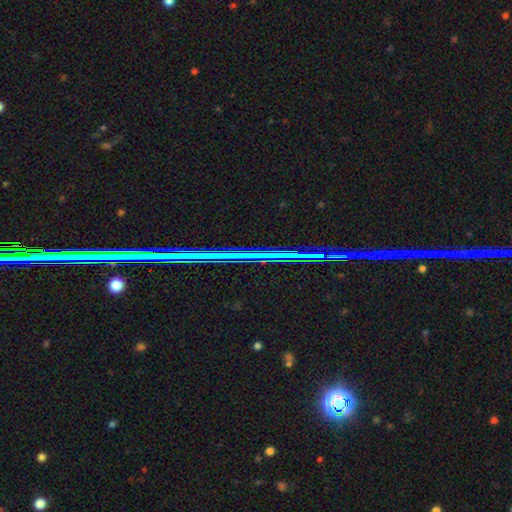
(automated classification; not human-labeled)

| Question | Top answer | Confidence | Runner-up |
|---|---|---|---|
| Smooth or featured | star or artifact | 76% | featured or disk (15%) |